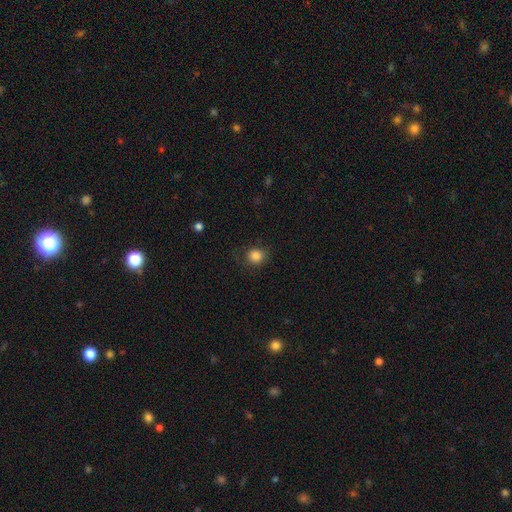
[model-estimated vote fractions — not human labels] Smooth or featured? Predicted: smooth (p=0.85). How rounded? Predicted: round (p=0.85). Merging? Predicted: none (p=0.79).